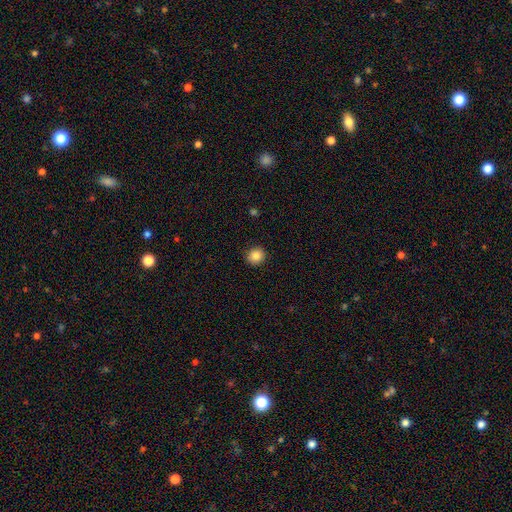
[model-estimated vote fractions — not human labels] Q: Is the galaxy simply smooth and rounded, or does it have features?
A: smooth — 85%.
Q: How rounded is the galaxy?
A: round — 88%.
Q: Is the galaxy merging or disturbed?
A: none — 91%.